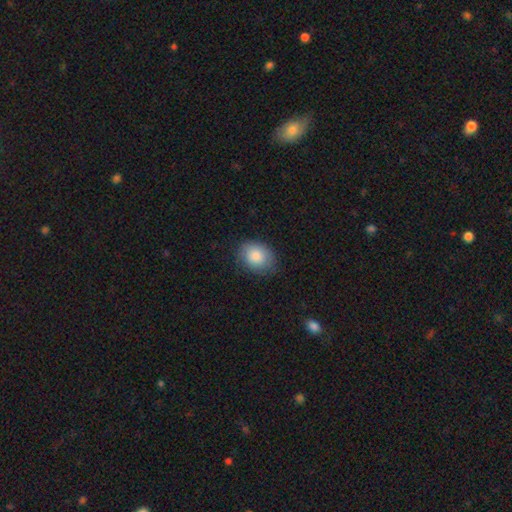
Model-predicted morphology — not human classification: A smooth galaxy with no disk features (86%) that is in between round and cigar-shaped (55%). Merging: none (79%).